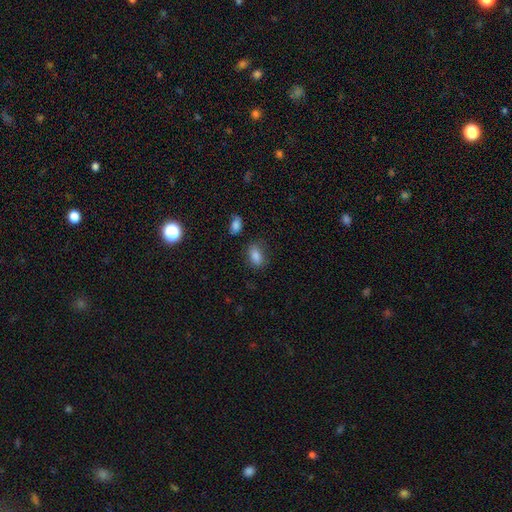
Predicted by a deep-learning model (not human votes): Smooth or featured?
  - smooth: 84% *
  - star or artifact: 10%
  - featured or disk: 6%
How rounded?
  - in between: 85% *
  - round: 12%
  - cigar-shaped: 2%
Merging?
  - none: 70% *
  - minor disturbance: 20%
  - major disturbance: 6%
  - merger: 4%